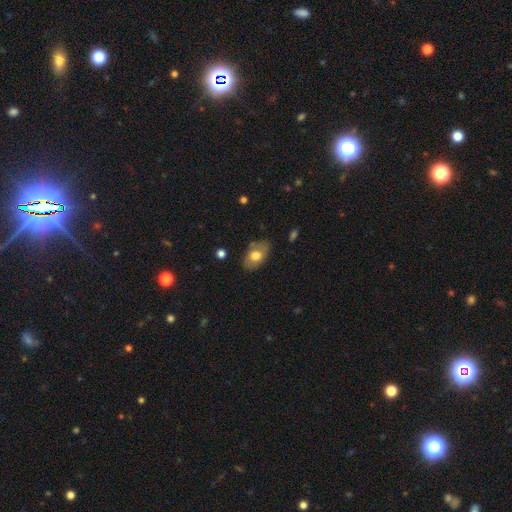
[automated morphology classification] smooth 69%, featured or disk 24%, star or artifact 7%. Down the decision tree: how rounded — in between (88%); merging — none (76%).